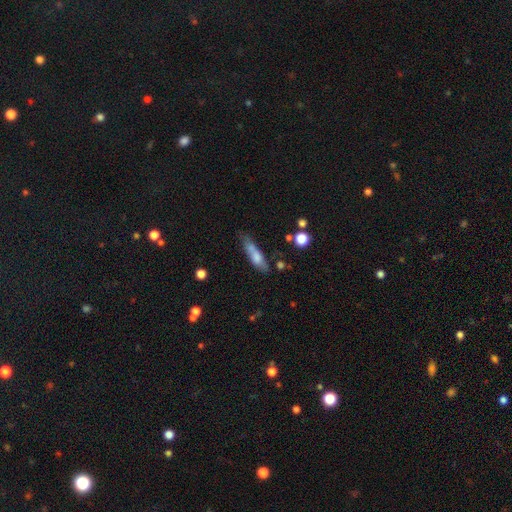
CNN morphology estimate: This appears to be a smooth galaxy with no disk features (64%) that is cigar-shaped (65%). Merging: none (46%).